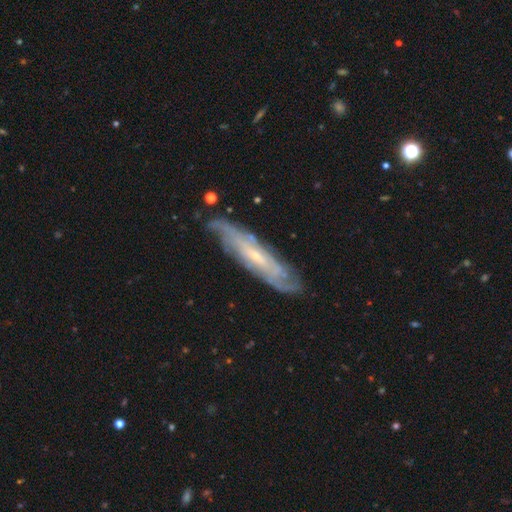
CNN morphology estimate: Smooth or featured: featured or disk — 79% (smooth — 15%)
Edge-on disk: no — 65% (yes — 35%)
Bar: no — 51% (weak — 36%)
Spiral arms: yes — 92% (no — 8%)
Bulge size: small — 75% (moderate — 19%)
Merging: none — 79% (minor disturbance — 16%)